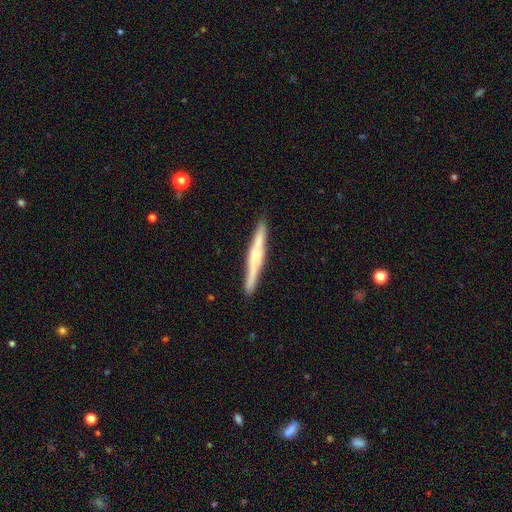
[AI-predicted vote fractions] Smooth or featured?
  - featured or disk: 67% *
  - smooth: 27%
  - star or artifact: 6%
Edge-on disk?
  - yes: 97% *
  - no: 3%
Edge-on bulge?
  - rounded: 68% *
  - none: 17%
  - boxy: 15%
Merging?
  - none: 90% *
  - minor disturbance: 7%
  - major disturbance: 1%
  - merger: 1%